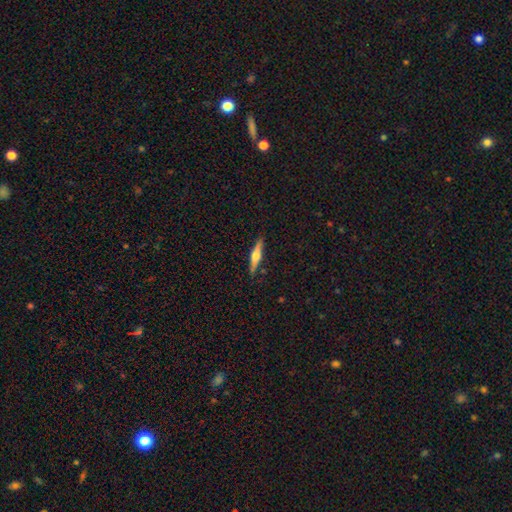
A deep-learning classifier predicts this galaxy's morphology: type=featured or disk (59%); edge-on=yes (96%); edge-on bulge=rounded (89%); merging=none (86%).